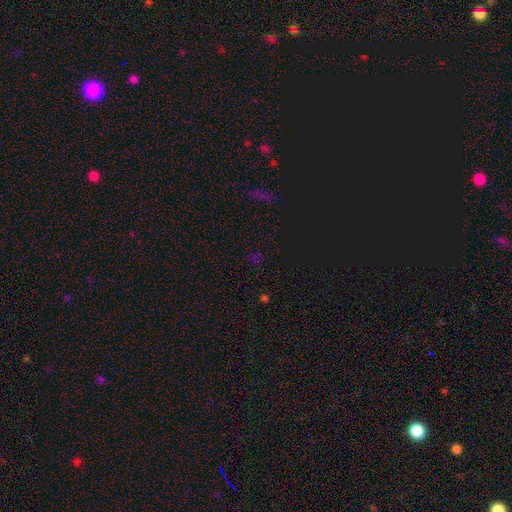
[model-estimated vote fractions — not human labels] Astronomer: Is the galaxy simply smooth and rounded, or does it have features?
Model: star or artifact — 68%.